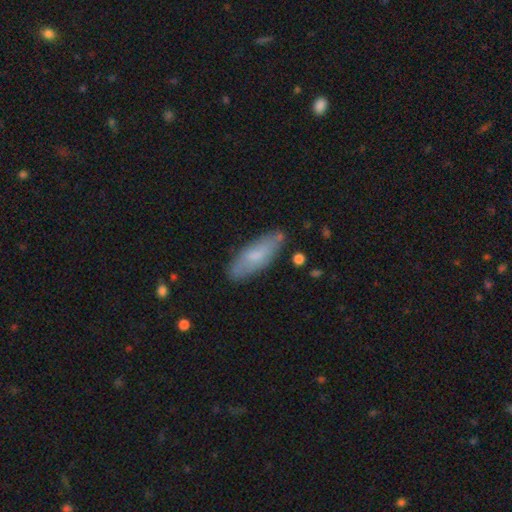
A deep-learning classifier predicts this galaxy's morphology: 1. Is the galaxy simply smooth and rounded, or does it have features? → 69% smooth, 25% featured or disk, 6% star or artifact.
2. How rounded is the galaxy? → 62% in between, 36% cigar-shaped, 2% round.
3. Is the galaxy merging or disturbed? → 79% none, 15% minor disturbance, 3% major disturbance, 2% merger.